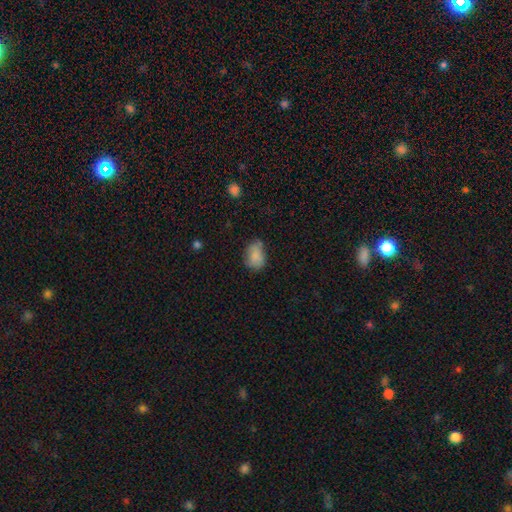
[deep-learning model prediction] Smooth or featured? smooth (82%)
How rounded? in between (79%)
Merging? none (55%)